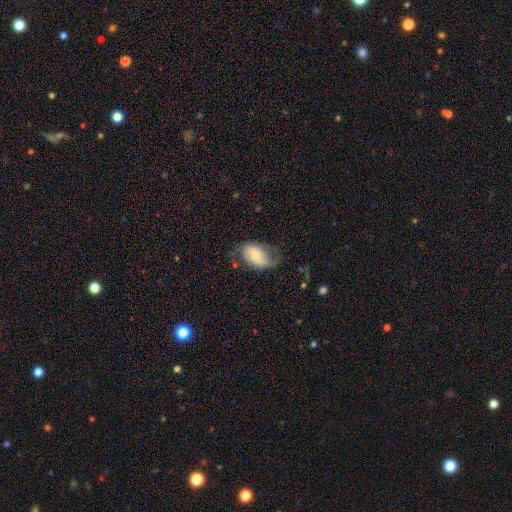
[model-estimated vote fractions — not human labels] Smooth or featured? Predicted: featured or disk (p=0.49). Merging? Predicted: none (p=0.53).